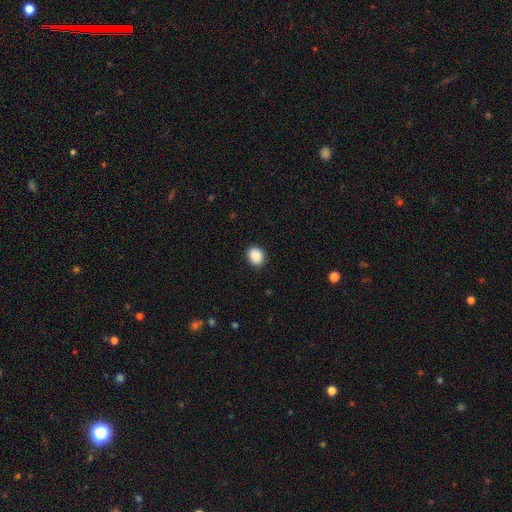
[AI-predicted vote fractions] smooth_or_featured: smooth (p=0.90) [alt: star or artifact p=0.08]
how_rounded: round (p=0.55) [alt: in between p=0.44]
merging: none (p=0.90) [alt: minor disturbance p=0.07]